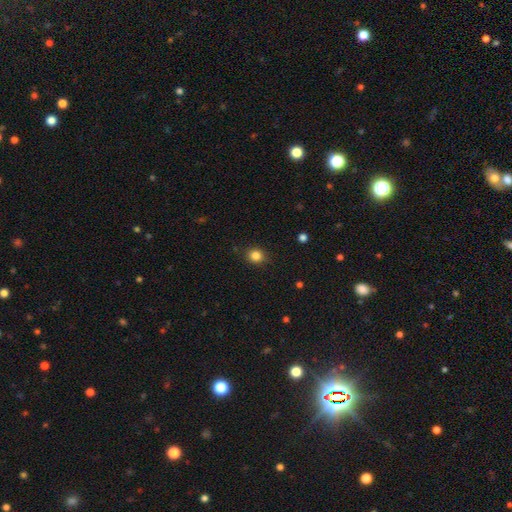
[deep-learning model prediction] The model was most divided on "how rounded": round: 80%, in between: 19%, cigar-shaped: 1%. More confident: merging — none (88%); smooth or featured — smooth (84%).